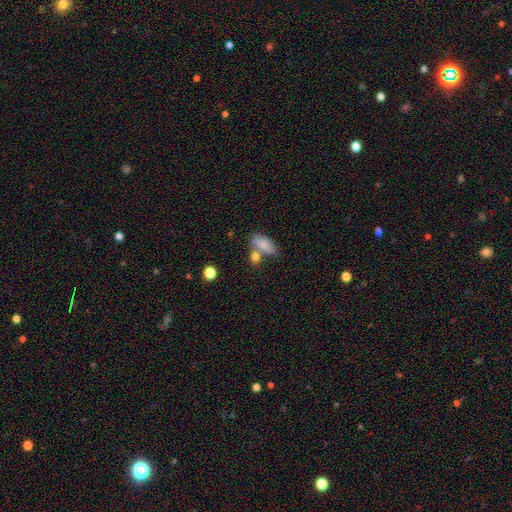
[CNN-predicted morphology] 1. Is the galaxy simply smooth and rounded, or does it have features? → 77% smooth, 14% featured or disk, 9% star or artifact.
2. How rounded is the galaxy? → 72% in between, 14% cigar-shaped, 13% round.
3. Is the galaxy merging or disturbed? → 48% none, 32% merger, 14% minor disturbance, 6% major disturbance.